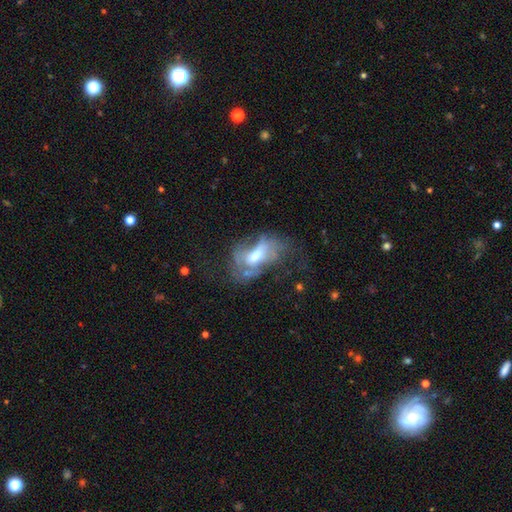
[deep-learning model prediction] Smooth or featured? featured or disk (60%)
Edge-on disk? no (94%)
Bar? no (52%)
Spiral arms? no (58%)
Bulge size? moderate (65%)
Merging? major disturbance (45%)